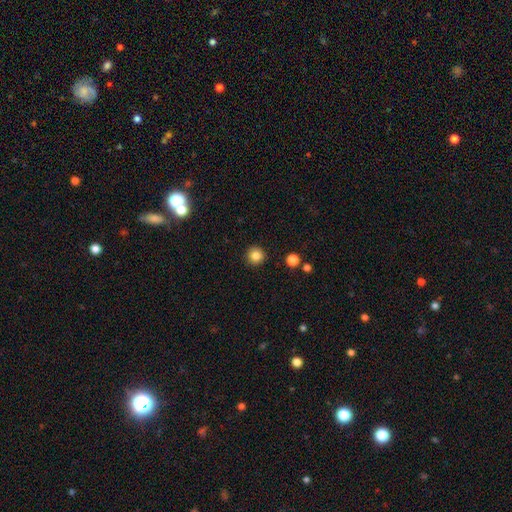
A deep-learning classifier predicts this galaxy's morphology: This appears to be a smooth galaxy with no disk features (85%) that is round (95%). Merging: none (92%).